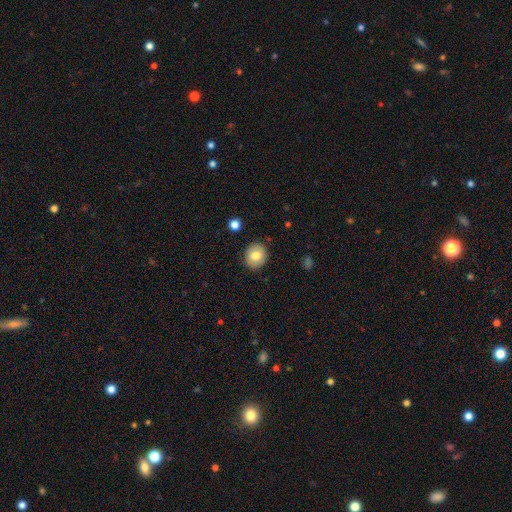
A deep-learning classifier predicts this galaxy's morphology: Q: Smooth or featured?
A: smooth (76%); runner-up: featured or disk (16%)
Q: How rounded?
A: round (75%); runner-up: in between (24%)
Q: Merging?
A: none (89%); runner-up: minor disturbance (8%)